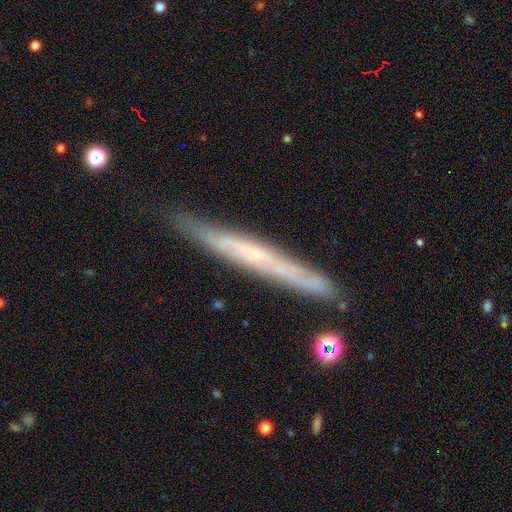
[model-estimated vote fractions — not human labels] A featured or disk galaxy (64%) viewed edge-on (92%) with no central bulge (71%). Merging: none (84%).